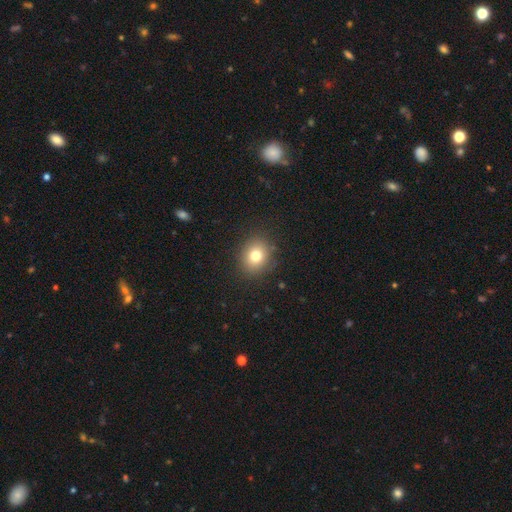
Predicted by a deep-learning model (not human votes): This is likely a smooth galaxy (77%). How rounded: likely round (63%). Merging: clearly none (87%).